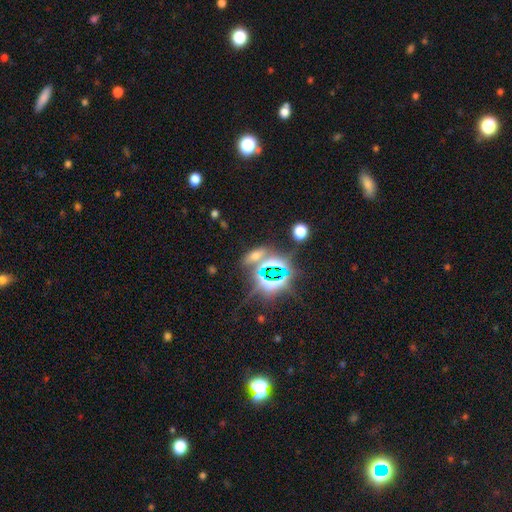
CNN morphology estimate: smooth-or-featured: star or artifact: 52% | smooth: 36% | featured or disk: 12%